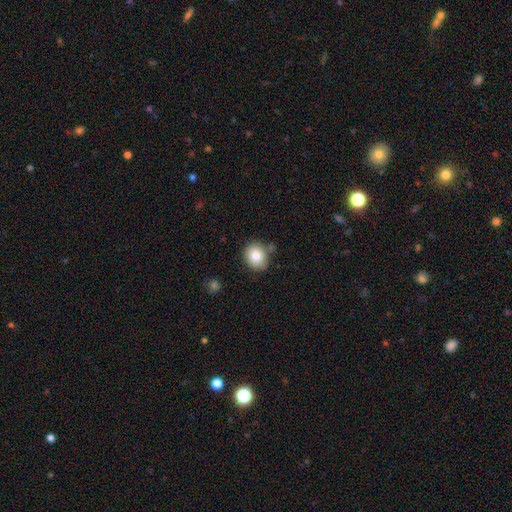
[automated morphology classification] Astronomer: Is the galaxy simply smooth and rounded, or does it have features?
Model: smooth — 83%.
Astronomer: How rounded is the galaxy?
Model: round — 64%.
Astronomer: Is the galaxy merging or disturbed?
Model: none — 73%.